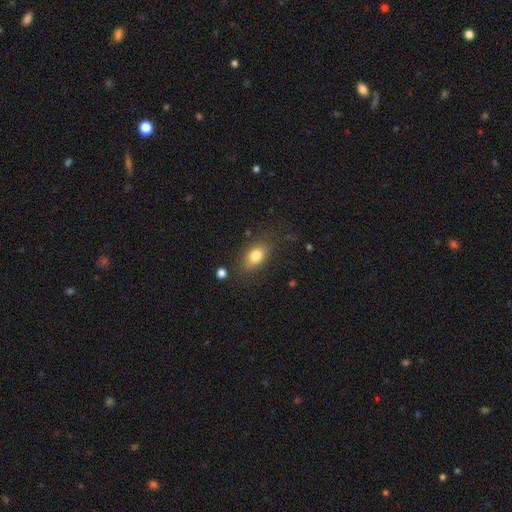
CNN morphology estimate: This appears to be a smooth galaxy with no disk features (80%) that is in between round and cigar-shaped (82%). Merging: none (79%).